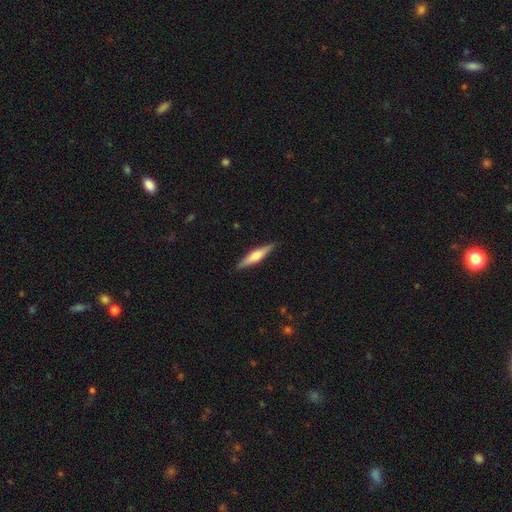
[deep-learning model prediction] Smooth or featured? Predicted: featured or disk (p=0.49). Merging? Predicted: none (p=0.90).